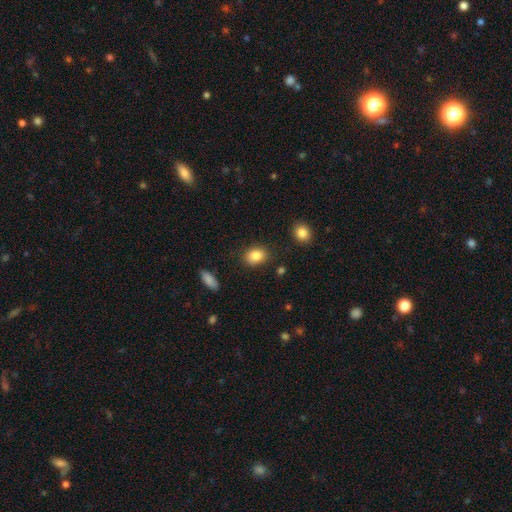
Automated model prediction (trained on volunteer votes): smooth-or-featured: smooth: 85% | star or artifact: 9% | featured or disk: 6%
  how-rounded: in between: 64% | round: 35% | cigar-shaped: 1%
  merging: none: 84% | minor disturbance: 11% | major disturbance: 3% | merger: 2%